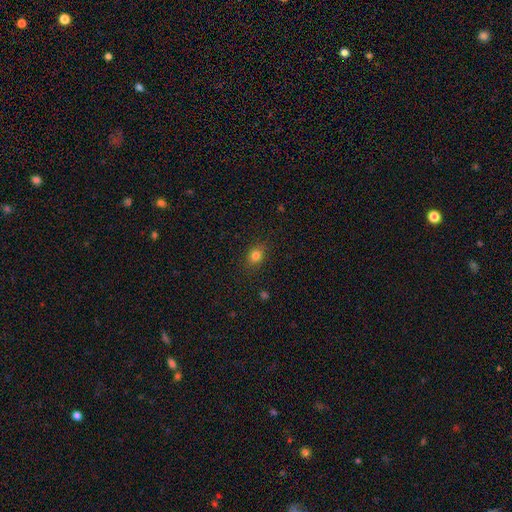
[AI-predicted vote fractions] A smooth galaxy with no disk features (81%) that is round (55%).

Vote fractions:
- Smooth or featured? smooth: 81% / star or artifact: 13% / featured or disk: 6%
- How rounded? round: 55% / in between: 44% / cigar-shaped: 1%
- Merging? none: 87% / minor disturbance: 9% / major disturbance: 3% / merger: 1%